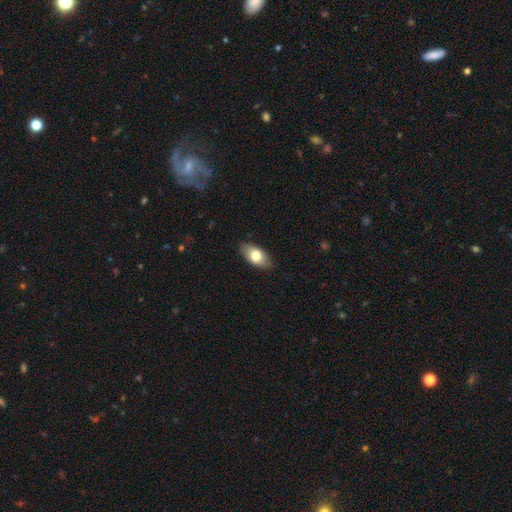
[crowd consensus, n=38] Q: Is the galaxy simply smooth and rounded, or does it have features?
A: smooth — 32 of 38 (84%).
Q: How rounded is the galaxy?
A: in between — 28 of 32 (88%).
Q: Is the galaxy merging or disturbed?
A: none — 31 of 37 (84%).